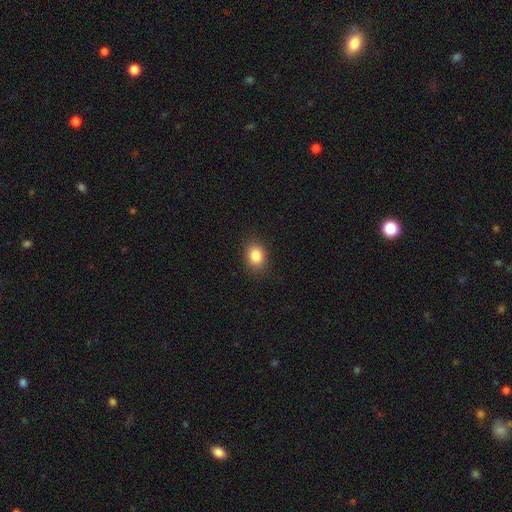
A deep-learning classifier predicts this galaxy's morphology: This appears to be a smooth galaxy with no disk features (85%) that is in between round and cigar-shaped (53%). Merging: none (87%).